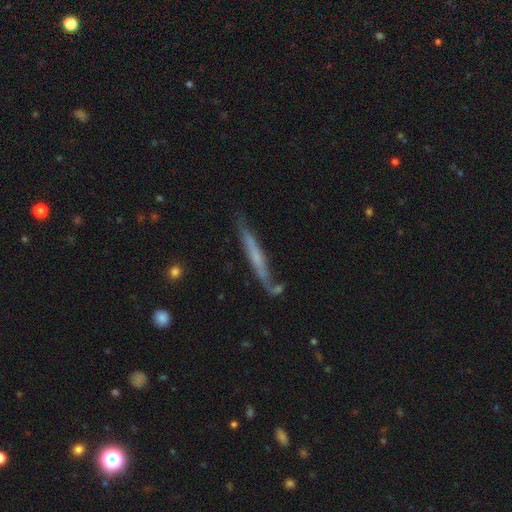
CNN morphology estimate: Smooth or featured?
  - featured or disk: 53% *
  - smooth: 39%
  - star or artifact: 7%
Edge-on disk?
  - yes: 89% *
  - no: 11%
Merging?
  - none: 70% *
  - minor disturbance: 19%
  - merger: 6%
  - major disturbance: 5%